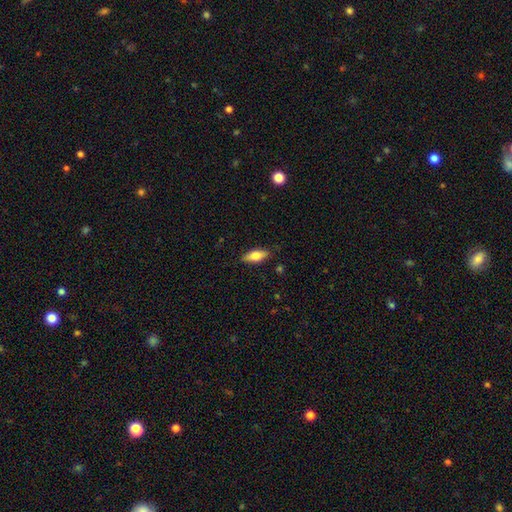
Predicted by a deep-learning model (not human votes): smooth 70%, featured or disk 24%, star or artifact 6%. Down the decision tree: how rounded — in between (77%); merging — none (84%).